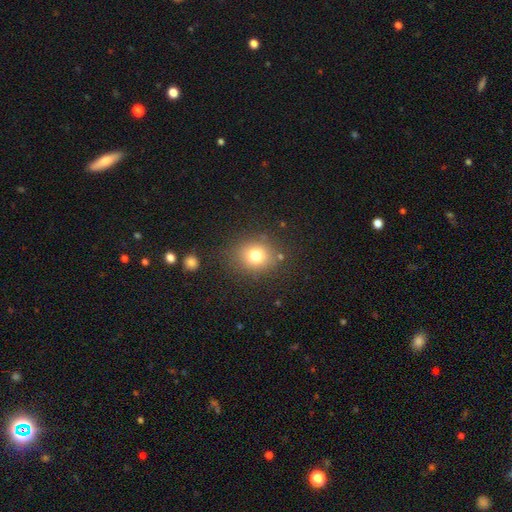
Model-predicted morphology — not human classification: smooth 77%, star or artifact 14%, featured or disk 9%. Down the decision tree: how rounded — round (71%); merging — none (81%).